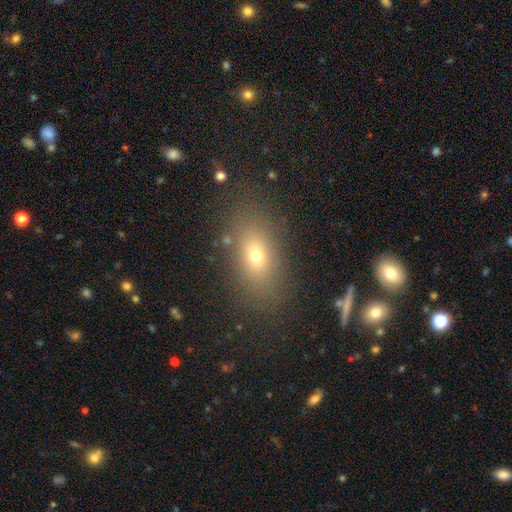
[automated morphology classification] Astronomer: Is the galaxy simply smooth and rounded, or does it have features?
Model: smooth — 65%.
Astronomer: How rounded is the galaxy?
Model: in between — 78%.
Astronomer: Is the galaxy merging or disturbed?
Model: none — 82%.